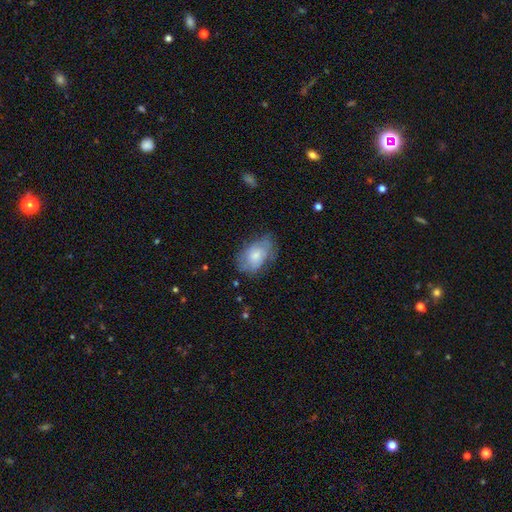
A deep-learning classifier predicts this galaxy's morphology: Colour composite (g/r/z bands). It shows a smooth galaxy with no disk features (62%) that is in between round and cigar-shaped (89%). Merging: none (56%).